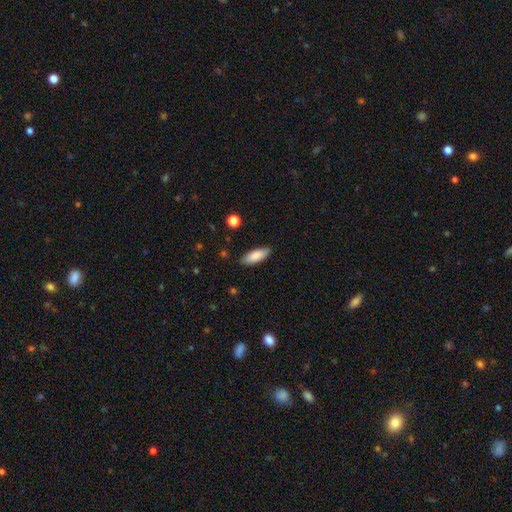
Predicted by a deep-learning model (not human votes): Smooth or featured? Predicted: smooth (p=0.86). How rounded? Predicted: in between (p=0.71). Merging? Predicted: none (p=0.86).